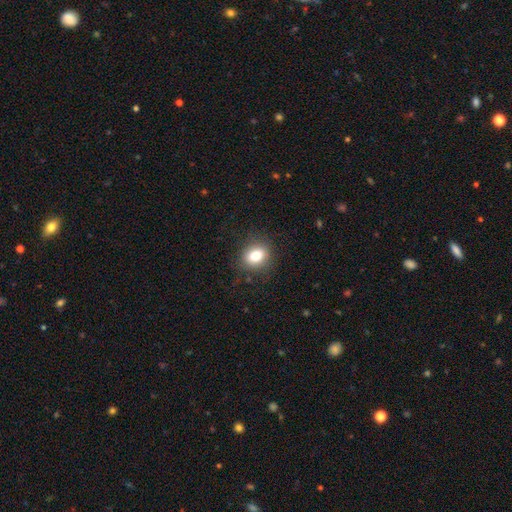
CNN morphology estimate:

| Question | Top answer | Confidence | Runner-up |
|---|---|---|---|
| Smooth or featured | smooth | 82% | star or artifact (10%) |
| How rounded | in between | 55% | round (44%) |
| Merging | none | 83% | minor disturbance (12%) |